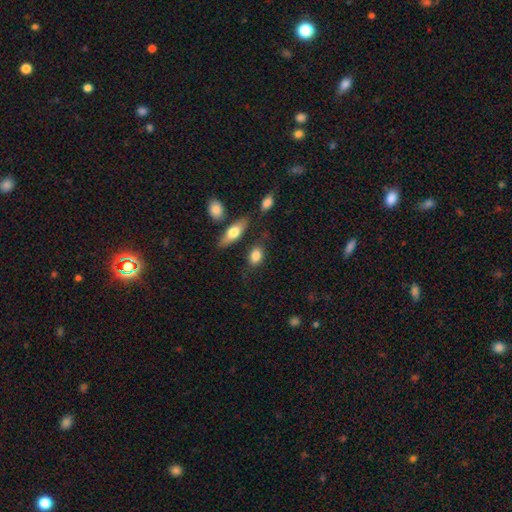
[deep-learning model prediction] A smooth galaxy with no disk features (82%) that is in between round and cigar-shaped (78%). Merging: none (73%).